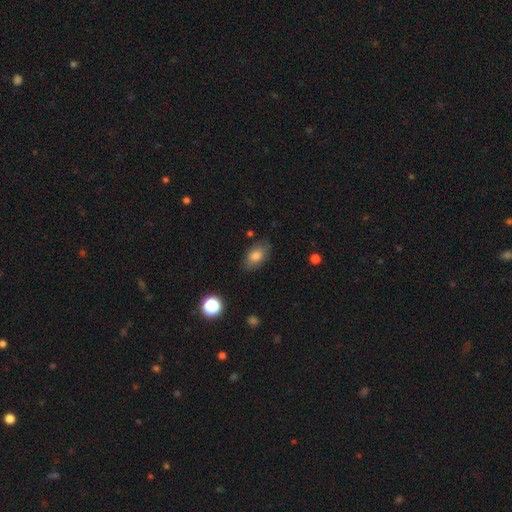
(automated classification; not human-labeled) Overall: smooth (79%). How rounded: in between (89%). Merging: none (82%).